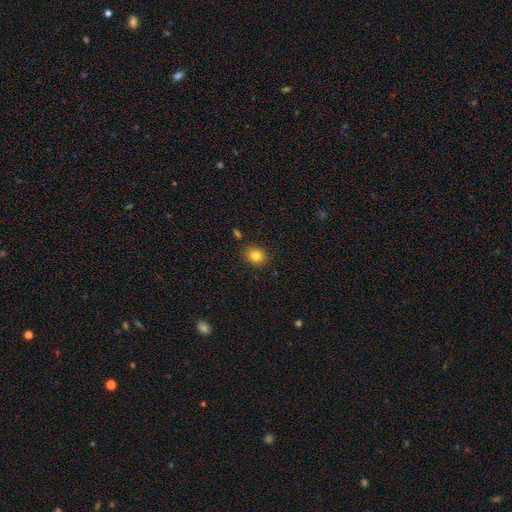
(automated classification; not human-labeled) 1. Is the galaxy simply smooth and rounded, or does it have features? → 82% smooth, 10% star or artifact, 7% featured or disk.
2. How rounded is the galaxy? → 56% round, 43% in between, 1% cigar-shaped.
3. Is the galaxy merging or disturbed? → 86% none, 9% minor disturbance, 2% merger, 2% major disturbance.